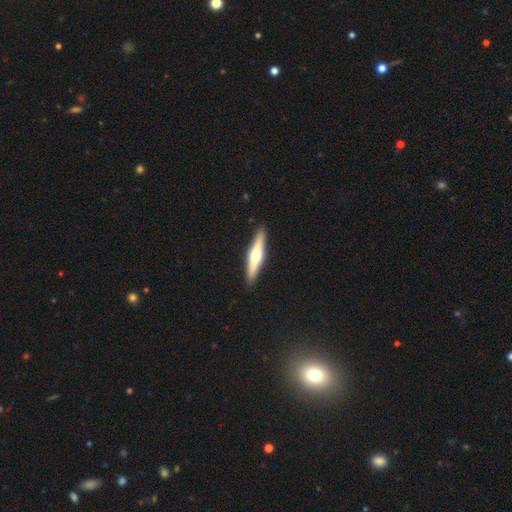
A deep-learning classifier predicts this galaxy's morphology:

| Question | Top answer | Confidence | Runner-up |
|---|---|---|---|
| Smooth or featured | featured or disk | 59% | smooth (36%) |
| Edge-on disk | yes | 96% | no (4%) |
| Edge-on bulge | rounded | 93% | none (4%) |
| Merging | none | 91% | minor disturbance (6%) |